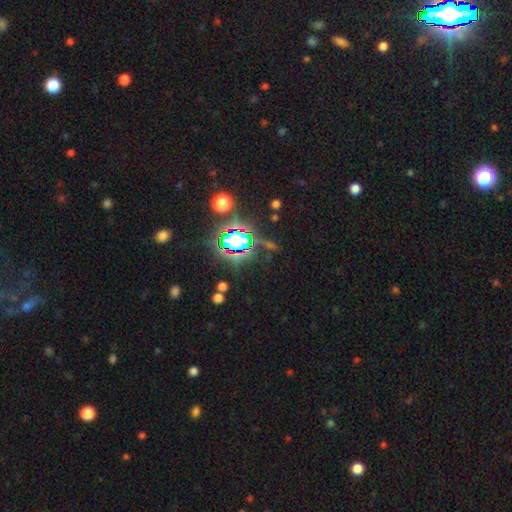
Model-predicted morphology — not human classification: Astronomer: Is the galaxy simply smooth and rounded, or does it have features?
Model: star or artifact — 83%.